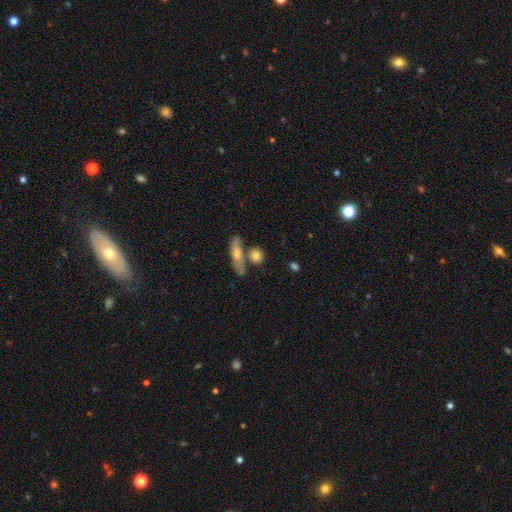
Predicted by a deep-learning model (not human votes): Morphology: type=smooth (75%); roundness=round (55%); merging=none (60%).